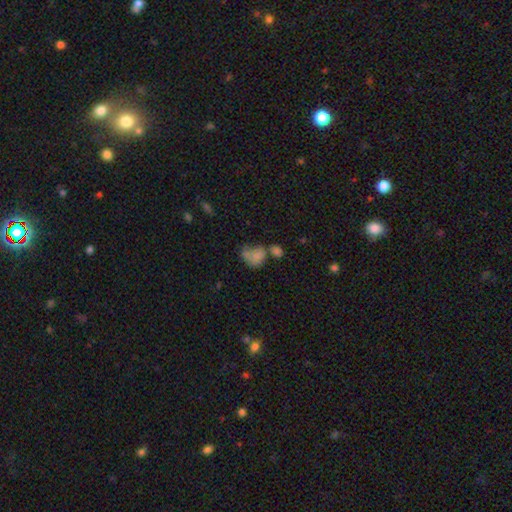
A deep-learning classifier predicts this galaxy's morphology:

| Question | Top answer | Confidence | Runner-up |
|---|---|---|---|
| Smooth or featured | smooth | 72% | featured or disk (16%) |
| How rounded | in between | 65% | round (34%) |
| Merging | merger | 41% | none (26%) |